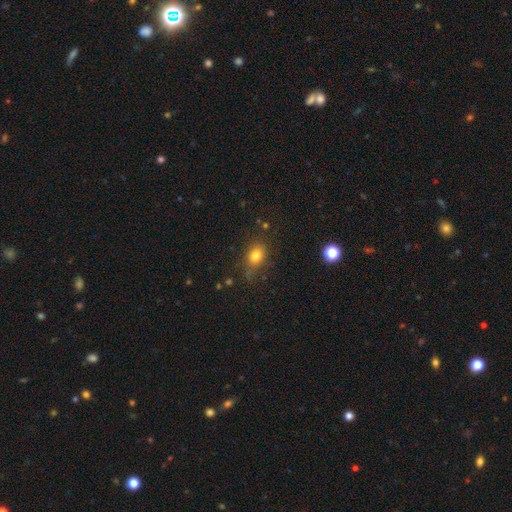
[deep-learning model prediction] Smooth or featured: smooth — 79% (star or artifact — 12%)
How rounded: in between — 67% (round — 30%)
Merging: none — 72% (minor disturbance — 19%)